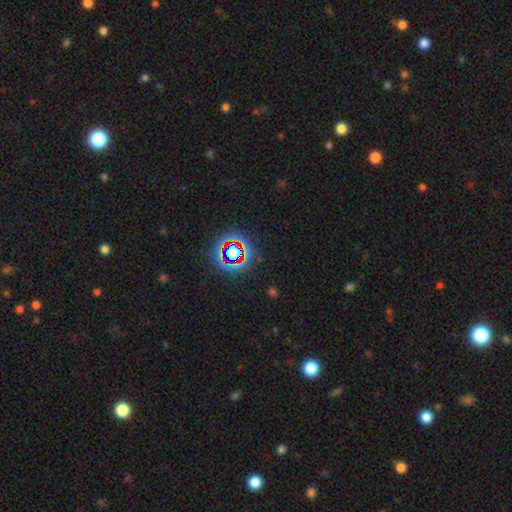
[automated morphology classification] The model was most divided on "smooth or featured": star or artifact: 61%, smooth: 26%, featured or disk: 13%.